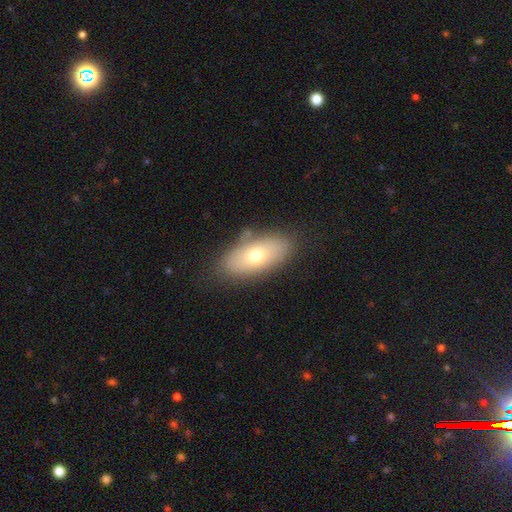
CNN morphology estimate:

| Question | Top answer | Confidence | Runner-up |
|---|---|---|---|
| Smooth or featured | smooth | 67% | featured or disk (25%) |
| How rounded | in between | 88% | cigar-shaped (8%) |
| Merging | none | 77% | minor disturbance (15%) |